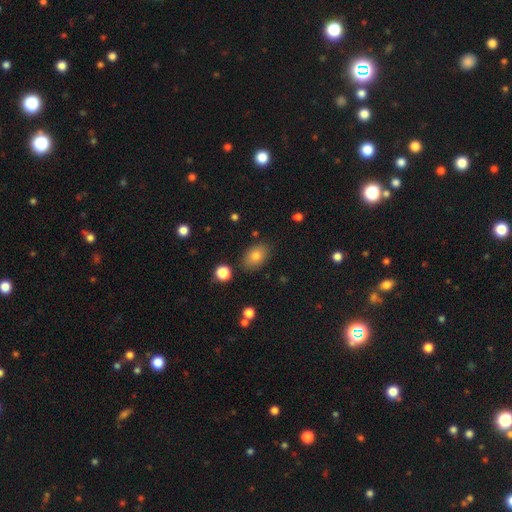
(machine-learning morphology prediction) type=smooth (81%); roundness=in between (84%); merging=none (83%).